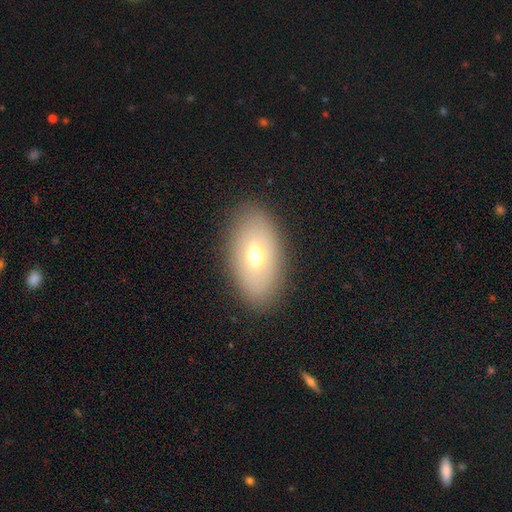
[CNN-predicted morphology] Smooth or featured? Predicted: smooth (p=0.56). How rounded? Predicted: in between (p=0.91). Merging? Predicted: none (p=0.85).